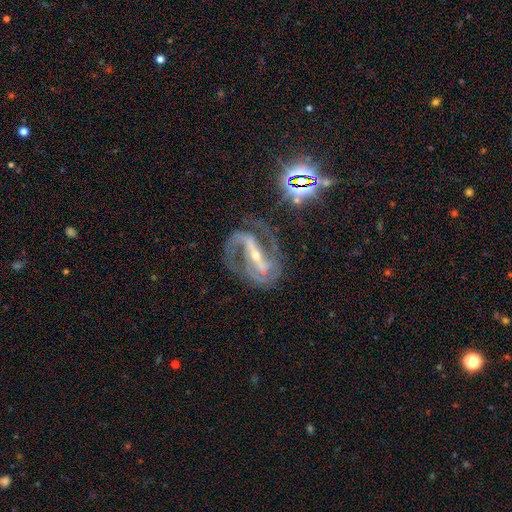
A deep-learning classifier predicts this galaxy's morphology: Smooth or featured? Predicted: featured or disk (p=0.88). Edge-on disk? Predicted: no (p=0.94). Bar? Predicted: strong (p=0.78). Spiral arms? Predicted: yes (p=0.96). Spiral winding? Predicted: medium (p=0.54). Spiral arm count? Predicted: 2 (p=0.87). Bulge size? Predicted: small (p=0.66). Merging? Predicted: none (p=0.65).